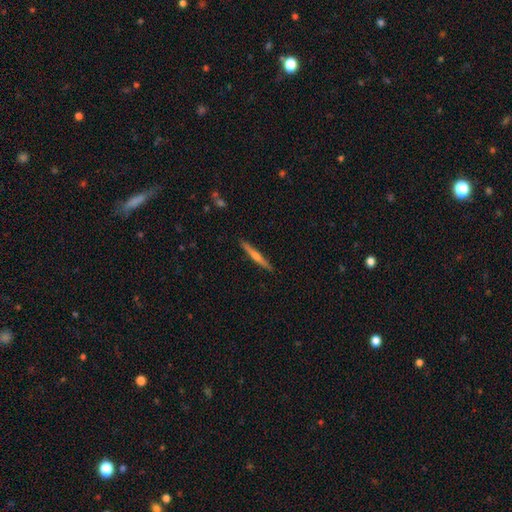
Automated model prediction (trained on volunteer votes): The model was most divided on "smooth or featured": featured or disk: 64%, smooth: 30%, star or artifact: 7%. More confident: edge-on disk — yes (98%); merging — none (91%); edge-on bulge — rounded (70%).